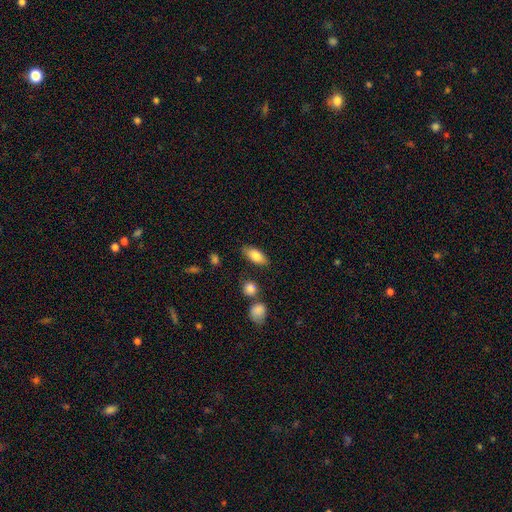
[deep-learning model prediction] Smooth or featured?
  - smooth: 82% *
  - featured or disk: 11%
  - star or artifact: 7%
How rounded?
  - in between: 85% *
  - cigar-shaped: 12%
  - round: 3%
Merging?
  - none: 81% *
  - minor disturbance: 12%
  - merger: 4%
  - major disturbance: 3%